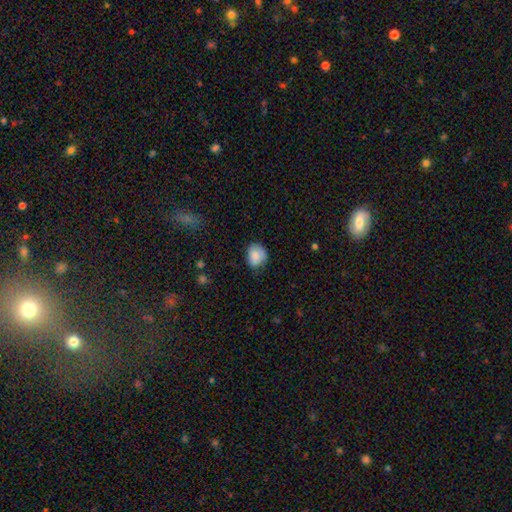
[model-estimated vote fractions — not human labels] smooth-or-featured: smooth: 85% | star or artifact: 8% | featured or disk: 7%
  how-rounded: round: 57% | in between: 42% | cigar-shaped: 1%
  merging: none: 64% | minor disturbance: 29% | major disturbance: 6% | merger: 2%